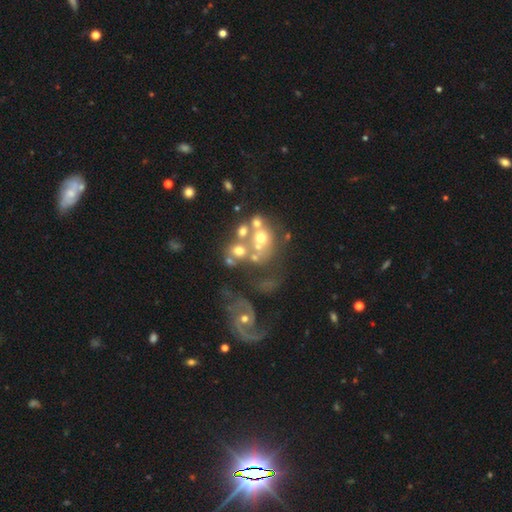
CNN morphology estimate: Overall: featured or disk (58%; smooth 26%). Edge-on disk: no (97%). Bar: no (79%). Spiral arms: no (63%; yes 37%). Bulge size: moderate (42%; small 27%). Merging: merger (42%; none 27%).